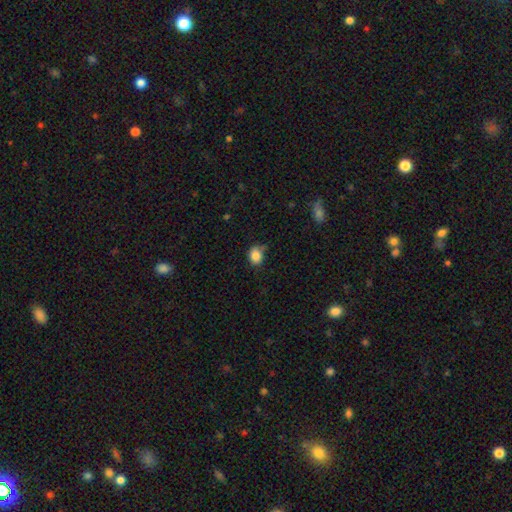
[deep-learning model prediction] A smooth galaxy with no disk features (85%) that is in between round and cigar-shaped (50%). Merging: none (63%).